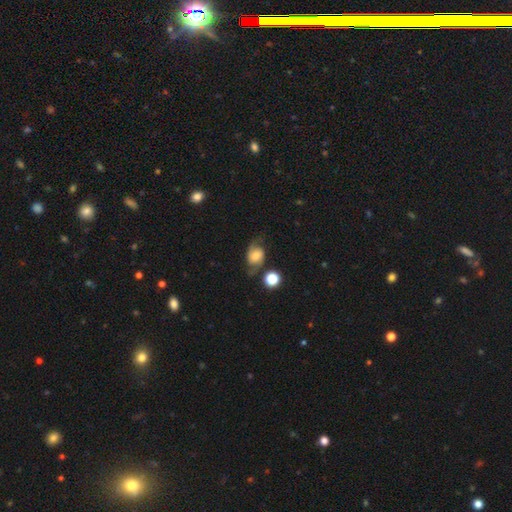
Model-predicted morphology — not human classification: This appears to be a featured or disk galaxy (63%) with no bar (60%), 2 (89%) loose (48%) spiral arms (91%) and a moderate central bulge (38%). Merging: none (63%).